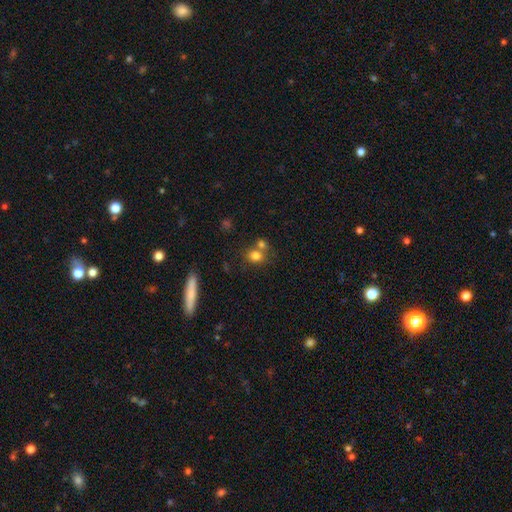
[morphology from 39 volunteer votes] type=smooth (90%); roundness=round (60%); merging=none (47%, tied with merger).